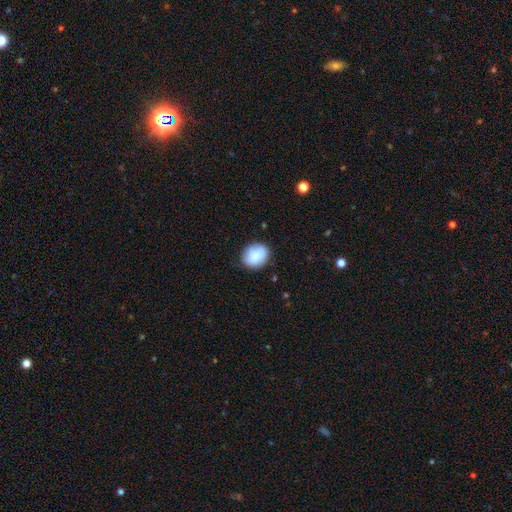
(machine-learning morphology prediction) This appears to be a smooth galaxy with no disk features (85%) that is round (67%). Merging: none (80%).